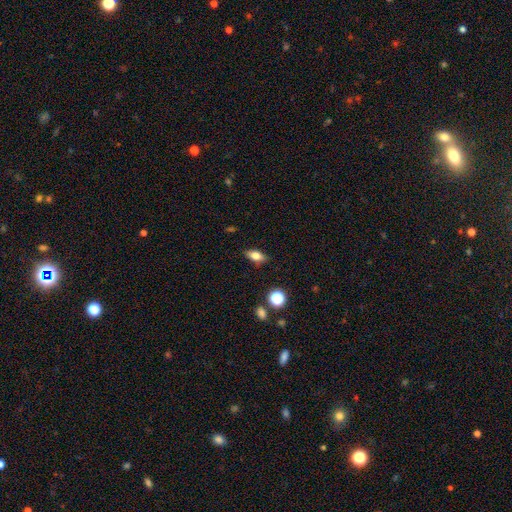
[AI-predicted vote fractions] The model was most divided on "smooth or featured": smooth: 71%, featured or disk: 19%, star or artifact: 10%. More confident: merging — none (86%); how rounded — in between (80%).